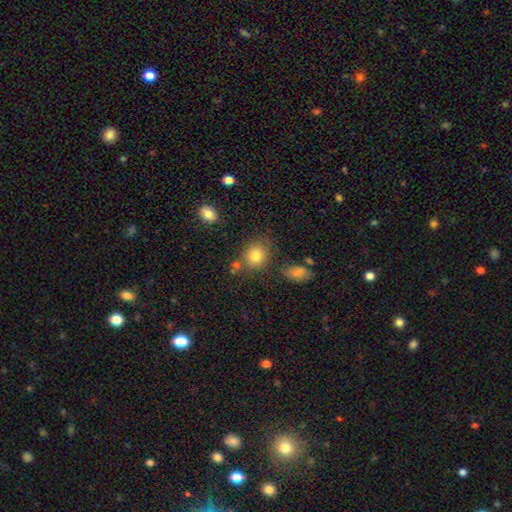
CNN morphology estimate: The model was most divided on "how rounded": round: 72%, in between: 27%, cigar-shaped: 1%. More confident: smooth or featured — smooth (81%); merging — none (73%).